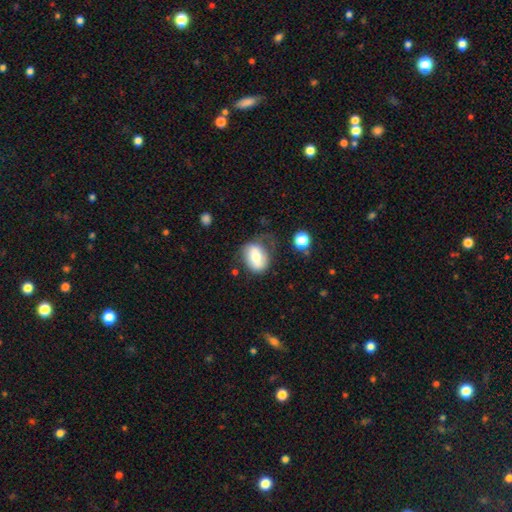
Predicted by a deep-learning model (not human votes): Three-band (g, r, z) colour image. It shows a smooth galaxy with no disk features (63%) that is in between round and cigar-shaped (63%). Merging: none (50%).